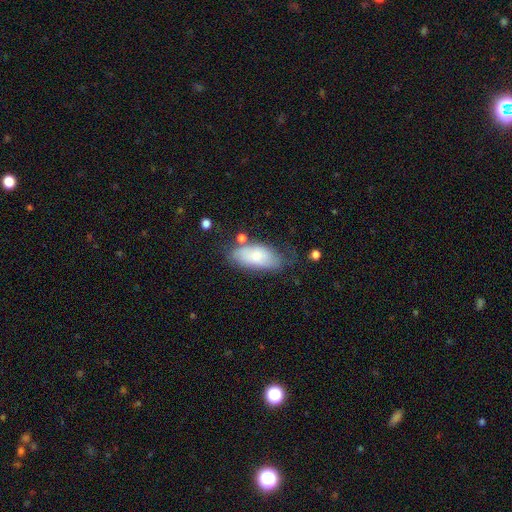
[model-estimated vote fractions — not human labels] A smooth galaxy with no disk features (68%) that is in between round and cigar-shaped (90%).

Vote fractions:
- Smooth or featured? smooth: 68% / featured or disk: 24% / star or artifact: 7%
- How rounded? in between: 90% / cigar-shaped: 7% / round: 3%
- Merging? none: 57% / minor disturbance: 27% / major disturbance: 9% / merger: 6%